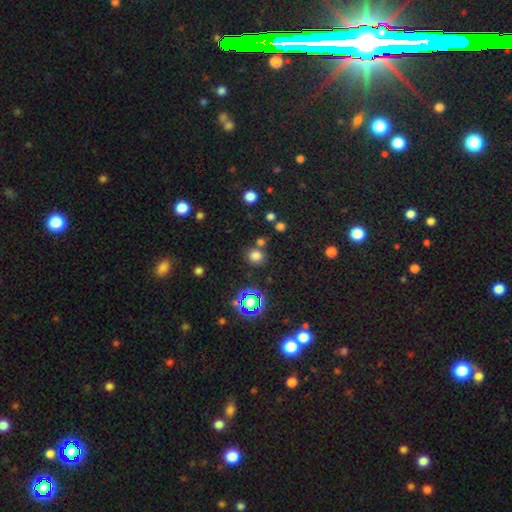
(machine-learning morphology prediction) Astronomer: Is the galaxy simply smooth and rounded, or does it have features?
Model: smooth — 72%.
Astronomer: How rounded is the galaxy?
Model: round — 84%.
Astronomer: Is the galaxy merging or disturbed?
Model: none — 75%.